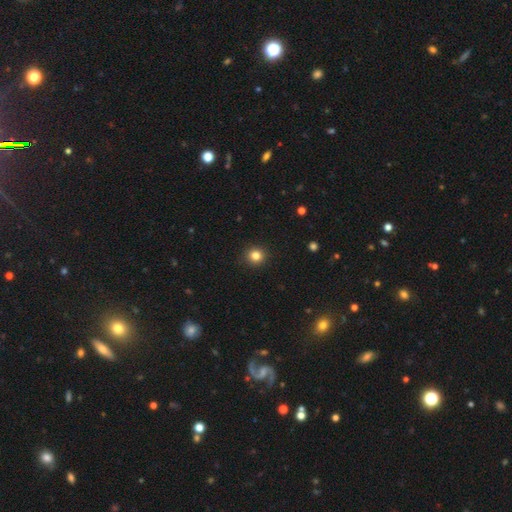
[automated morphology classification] Smooth or featured: smooth — 82% (star or artifact — 12%)
How rounded: round — 92% (in between — 7%)
Merging: none — 92% (minor disturbance — 5%)